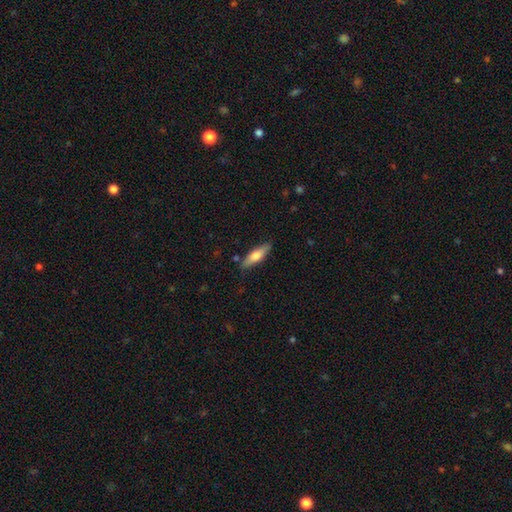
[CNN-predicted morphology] The model was most divided on "how rounded": cigar-shaped: 57%, in between: 41%, round: 2%. More confident: merging — none (83%); smooth or featured — smooth (61%).